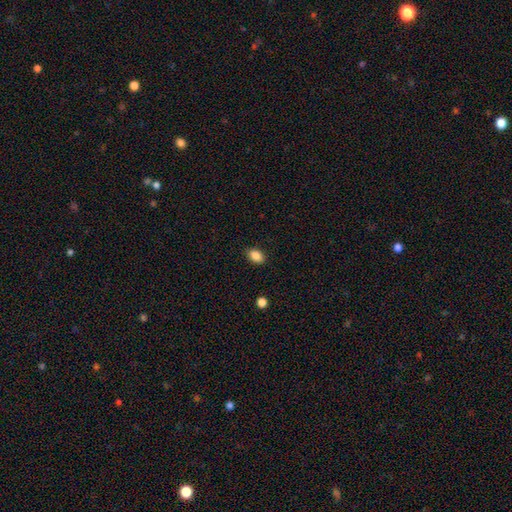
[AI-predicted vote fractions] Smooth or featured?
  - smooth: 87% *
  - star or artifact: 9%
  - featured or disk: 4%
How rounded?
  - in between: 83% *
  - round: 16%
  - cigar-shaped: 1%
Merging?
  - none: 88% *
  - minor disturbance: 9%
  - major disturbance: 2%
  - merger: 1%